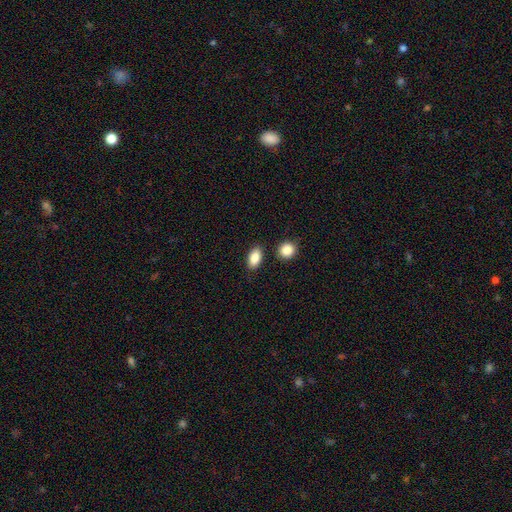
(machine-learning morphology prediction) Q: Smooth or featured?
A: smooth (87%); runner-up: star or artifact (7%)
Q: How rounded?
A: in between (90%); runner-up: round (7%)
Q: Merging?
A: none (84%); runner-up: minor disturbance (9%)